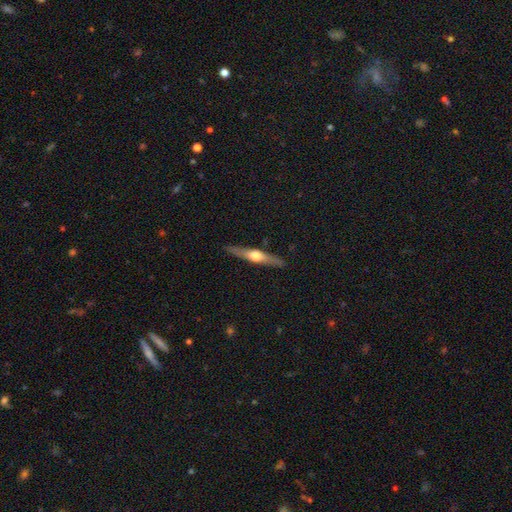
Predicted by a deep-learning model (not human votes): A featured or disk galaxy (68%) viewed edge-on (97%) with a rounded central bulge (93%). Merging: none (89%).